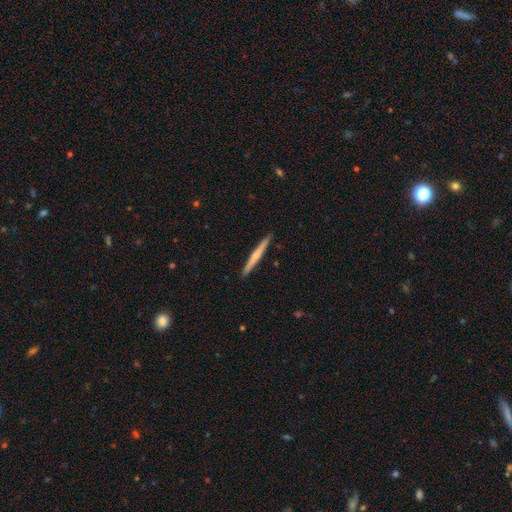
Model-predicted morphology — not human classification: Smooth or featured? smooth (52%)
How rounded? cigar-shaped (97%)
Merging? none (92%)